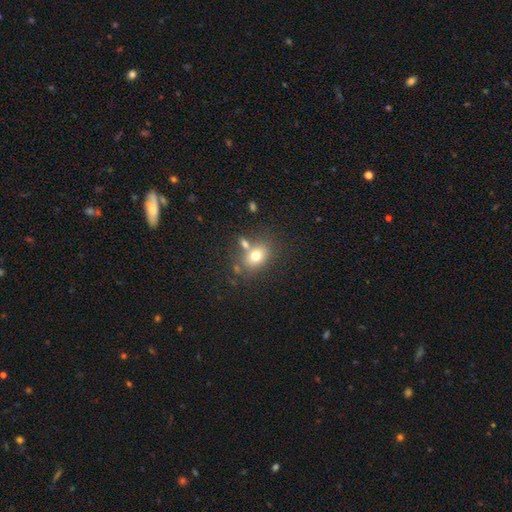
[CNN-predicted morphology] smooth-or-featured: smooth: 73% | featured or disk: 15% | star or artifact: 12%
  how-rounded: in between: 66% | round: 32% | cigar-shaped: 1%
  merging: none: 58% | merger: 23% | minor disturbance: 13% | major disturbance: 5%